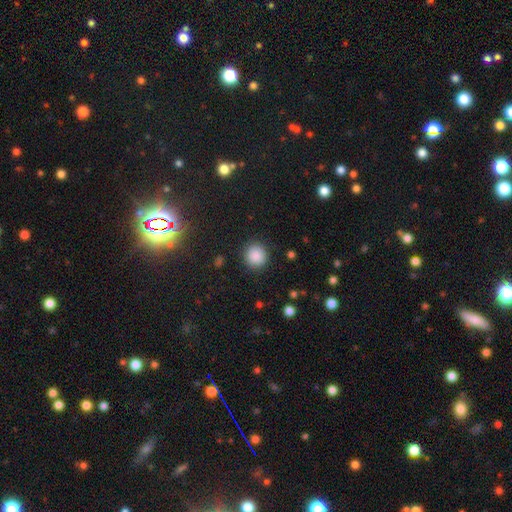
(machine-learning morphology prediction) smooth-or-featured: smooth: 87% | star or artifact: 10% | featured or disk: 3%
  how-rounded: round: 91% | in between: 8% | cigar-shaped: 1%
  merging: none: 89% | minor disturbance: 7% | major disturbance: 3% | merger: 1%